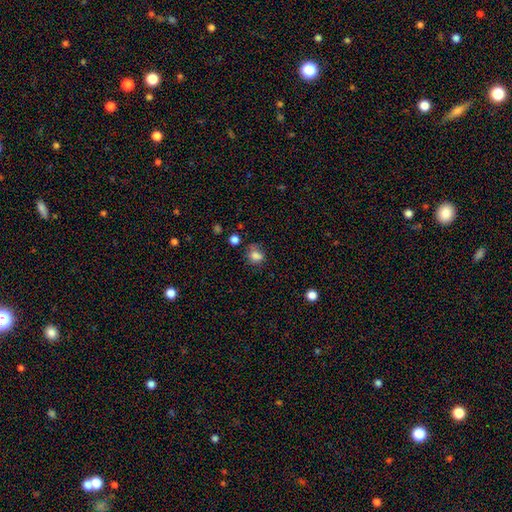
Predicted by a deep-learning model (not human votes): Overall: smooth (79%). How rounded: round (57%; in between 42%). Merging: none (55%; minor disturbance 26%).